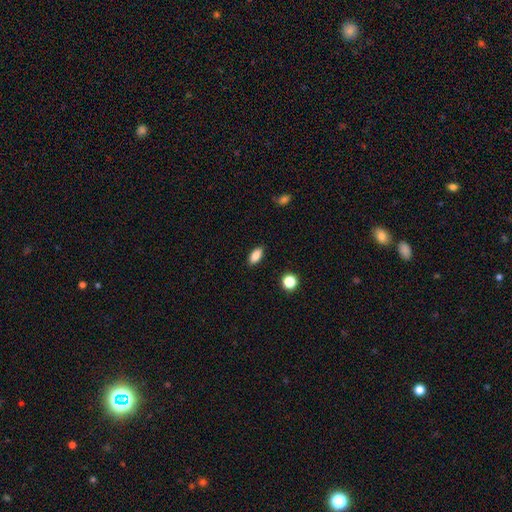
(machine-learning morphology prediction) The model was most divided on "how rounded": in between: 86%, cigar-shaped: 9%, round: 4%. More confident: merging — none (89%); smooth or featured — smooth (86%).